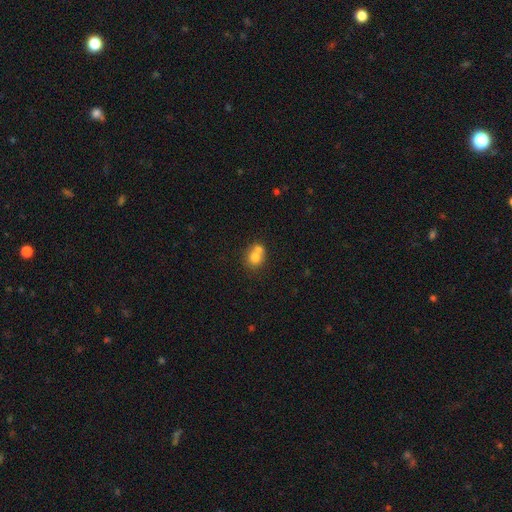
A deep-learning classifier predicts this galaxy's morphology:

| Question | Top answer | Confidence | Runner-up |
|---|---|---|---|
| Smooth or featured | smooth | 74% | featured or disk (16%) |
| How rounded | round | 72% | in between (27%) |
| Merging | merger | 54% | none (35%) |